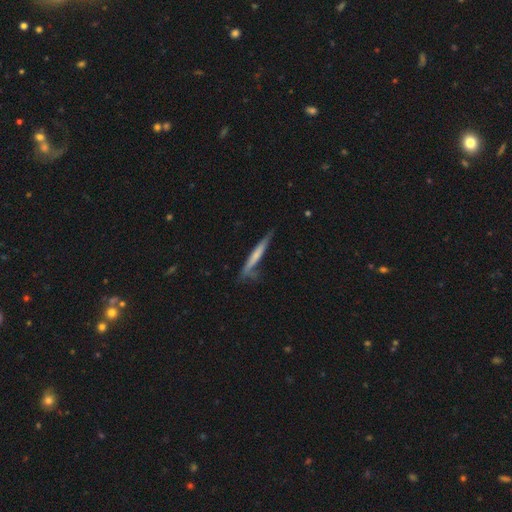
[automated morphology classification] Smooth or featured?
  - smooth: 54% *
  - featured or disk: 40%
  - star or artifact: 6%
How rounded?
  - cigar-shaped: 95% *
  - in between: 4%
  - round: 1%
Merging?
  - none: 63% *
  - minor disturbance: 26%
  - major disturbance: 7%
  - merger: 4%